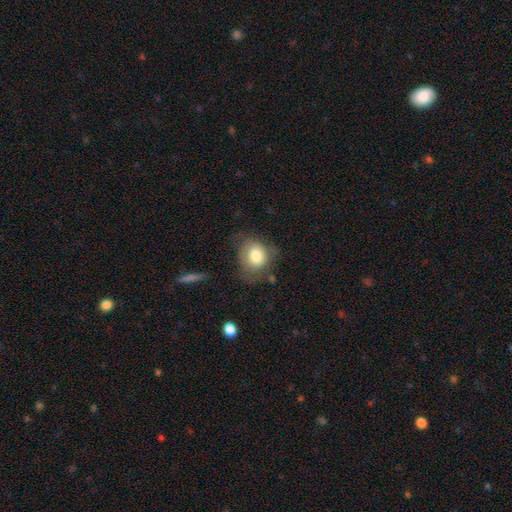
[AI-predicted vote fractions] Morphology: type=smooth (77%); roundness=round (62%); merging=none (53%).